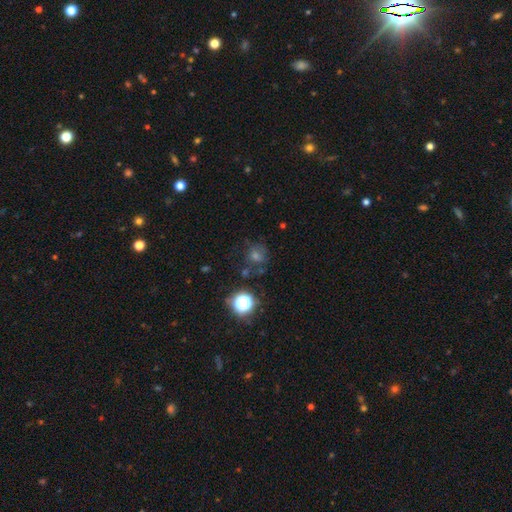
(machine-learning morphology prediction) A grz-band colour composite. It shows a smooth galaxy with no disk features (43%). Merging: none (68%).